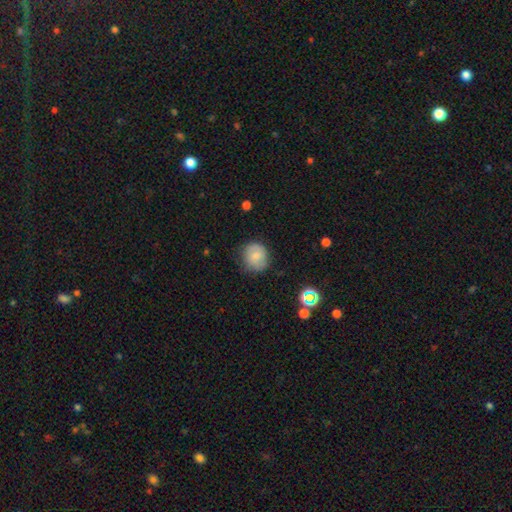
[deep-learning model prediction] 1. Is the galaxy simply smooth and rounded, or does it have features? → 74% smooth, 17% featured or disk, 9% star or artifact.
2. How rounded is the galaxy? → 82% round, 17% in between, 1% cigar-shaped.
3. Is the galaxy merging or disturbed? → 70% none, 23% minor disturbance, 5% major disturbance, 1% merger.